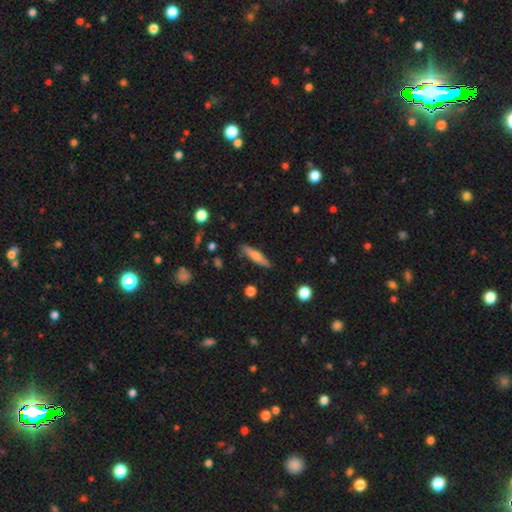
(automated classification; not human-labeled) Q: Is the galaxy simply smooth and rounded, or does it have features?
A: smooth — 60%.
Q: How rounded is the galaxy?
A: cigar-shaped — 84%.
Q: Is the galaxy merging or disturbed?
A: none — 88%.